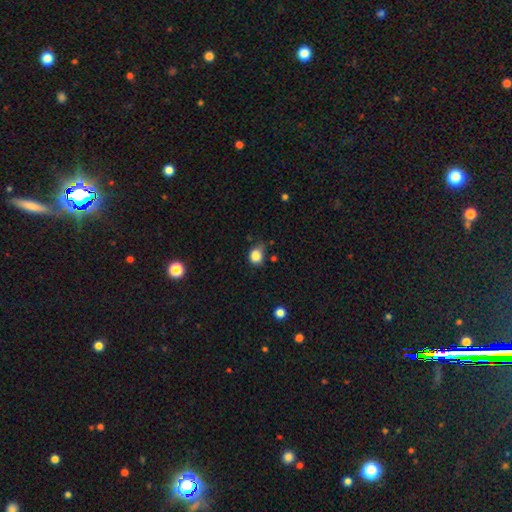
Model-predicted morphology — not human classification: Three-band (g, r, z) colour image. It shows a smooth galaxy with no disk features (84%) that is round (68%). Merging: none (54%).